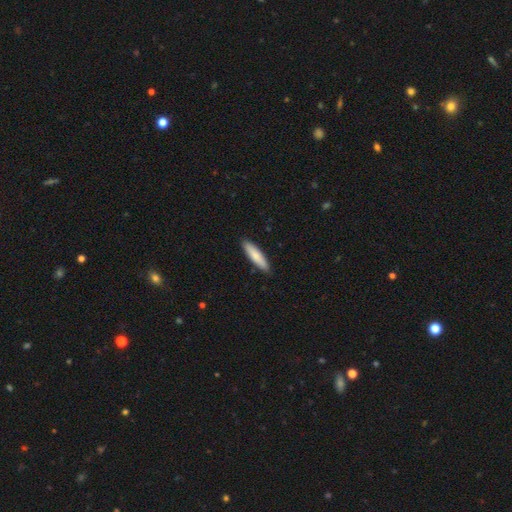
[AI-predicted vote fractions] Q: Smooth or featured?
A: smooth (80%); runner-up: featured or disk (15%)
Q: How rounded?
A: cigar-shaped (76%); runner-up: in between (22%)
Q: Merging?
A: none (90%); runner-up: minor disturbance (7%)